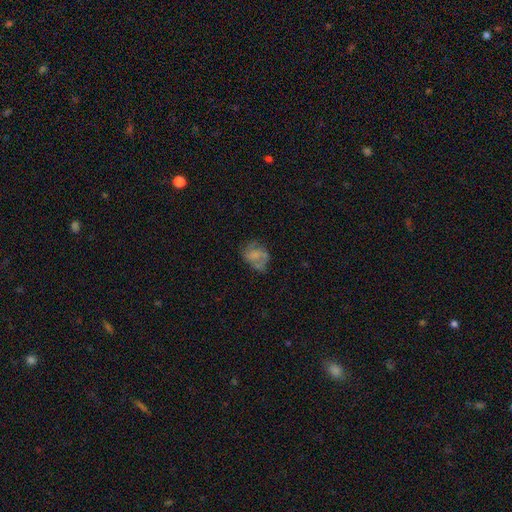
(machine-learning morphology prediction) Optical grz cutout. It shows a smooth galaxy with no disk features (47%). Merging: none (45%).